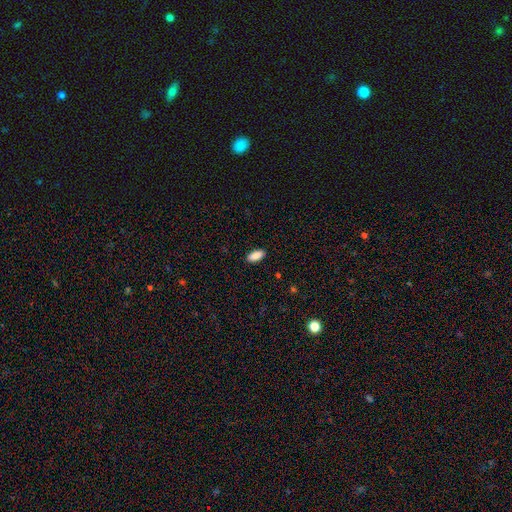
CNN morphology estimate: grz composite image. It shows a smooth galaxy with no disk features (89%) that is in between round and cigar-shaped (89%). Merging: none (90%).